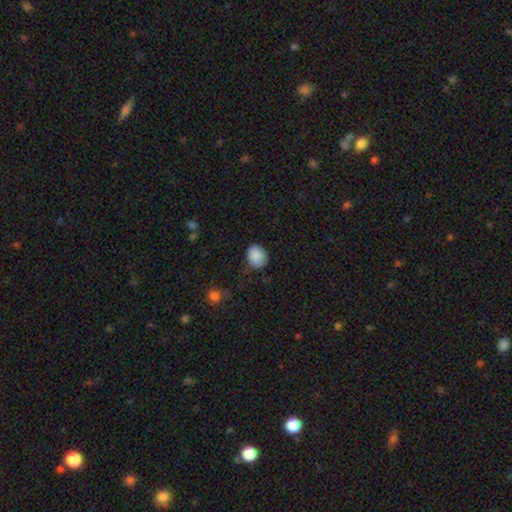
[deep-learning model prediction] smooth_or_featured: smooth (p=0.88) [alt: star or artifact p=0.08]
how_rounded: in between (p=0.55) [alt: round p=0.44]
merging: none (p=0.78) [alt: minor disturbance p=0.18]